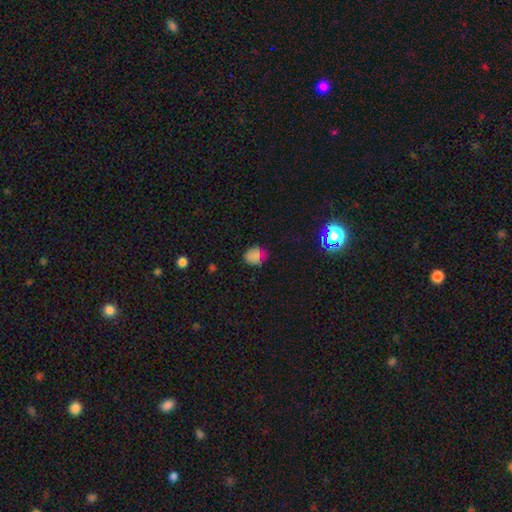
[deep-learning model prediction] This is likely a smooth galaxy (73%). How rounded: possibly round (57%). Merging: likely none (67%).